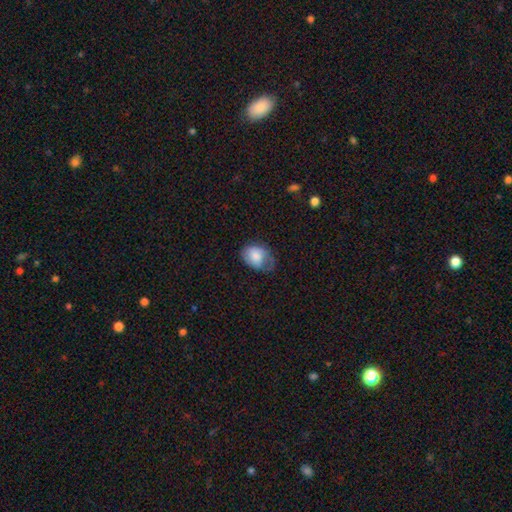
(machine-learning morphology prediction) type=smooth (74%); roundness=in between (73%); merging=none (40%).